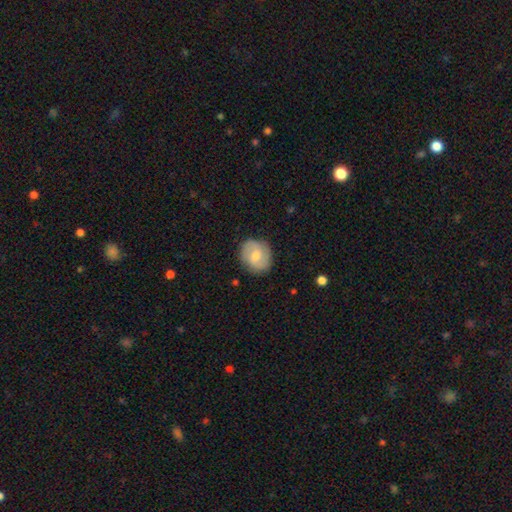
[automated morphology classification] A smooth galaxy with no disk features (47%, tied with featured or disk).

Vote fractions:
- Smooth or featured? smooth: 47% (tied) / featured or disk: 47% (tied) / star or artifact: 6%
- Merging? none: 82% / minor disturbance: 13% / major disturbance: 3% / merger: 1%